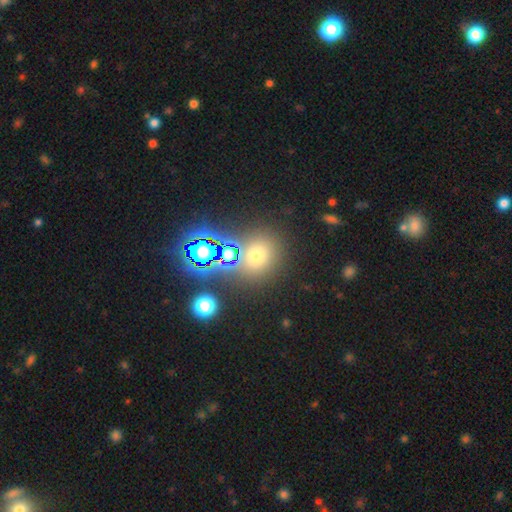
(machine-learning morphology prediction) smooth_or_featured: smooth (p=0.59) [alt: star or artifact p=0.32]
how_rounded: round (p=0.71) [alt: in between p=0.28]
merging: none (p=0.76) [alt: merger p=0.11]